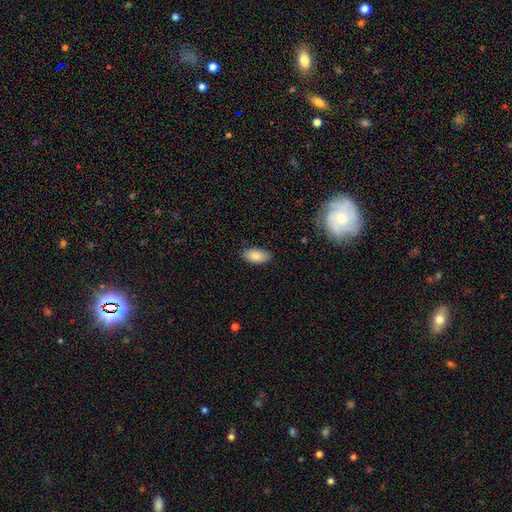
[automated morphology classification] smooth-or-featured: smooth: 86% | featured or disk: 7% | star or artifact: 7%
  how-rounded: in between: 93% | cigar-shaped: 4% | round: 3%
  merging: none: 85% | minor disturbance: 12% | major disturbance: 2% | merger: 1%